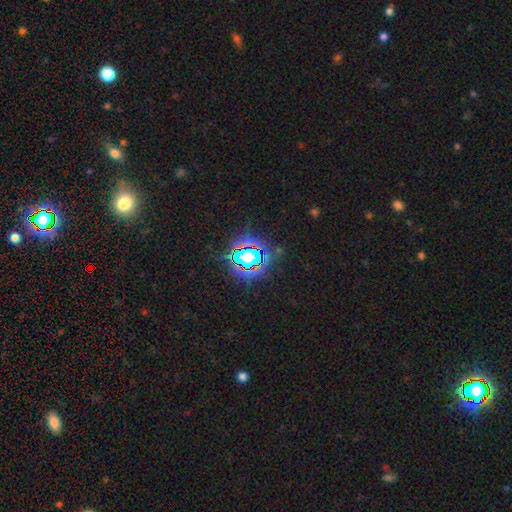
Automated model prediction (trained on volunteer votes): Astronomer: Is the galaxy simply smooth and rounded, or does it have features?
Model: star or artifact — 74%.